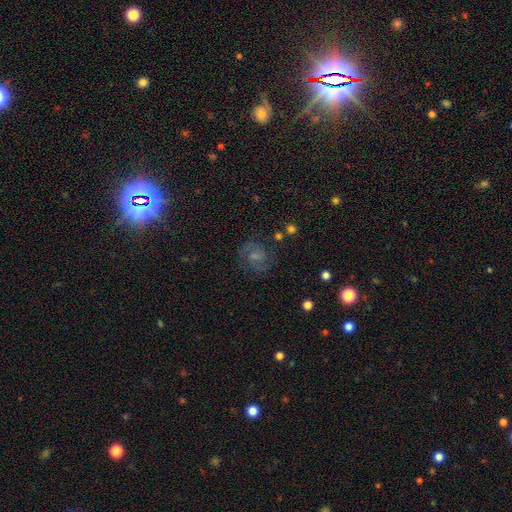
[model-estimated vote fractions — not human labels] Q: Smooth or featured?
A: featured or disk (58%); runner-up: smooth (26%)
Q: Edge-on disk?
A: no (98%); runner-up: yes (2%)
Q: Bar?
A: weak (46%); runner-up: no (43%)
Q: Spiral arms?
A: yes (88%); runner-up: no (12%)
Q: Spiral winding?
A: medium (52%); runner-up: tight (32%)
Q: Spiral arm count?
A: 2 (80%); runner-up: can't tell (11%)
Q: Bulge size?
A: small (38%); runner-up: none (28%)
Q: Merging?
A: none (75%); runner-up: minor disturbance (14%)